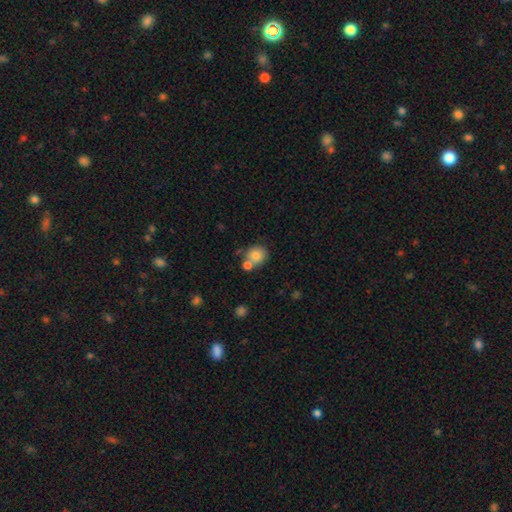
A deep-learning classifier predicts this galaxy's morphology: Smooth or featured?
  - smooth: 79% *
  - featured or disk: 11%
  - star or artifact: 10%
How rounded?
  - round: 77% *
  - in between: 22%
  - cigar-shaped: 1%
Merging?
  - none: 55% *
  - merger: 30%
  - minor disturbance: 11%
  - major disturbance: 4%